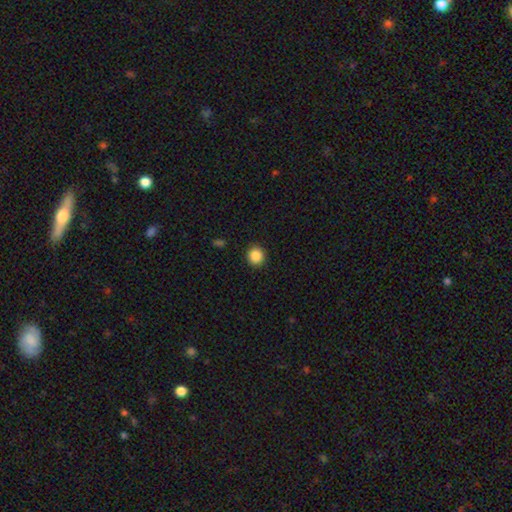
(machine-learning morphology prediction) Overall: smooth (88%). How rounded: round (90%). Merging: none (91%).